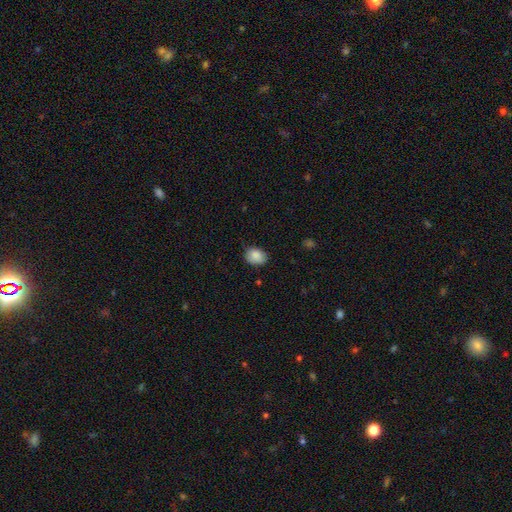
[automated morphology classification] smooth_or_featured: smooth (p=0.87) [alt: star or artifact p=0.08]
how_rounded: in between (p=0.63) [alt: round p=0.36]
merging: none (p=0.76) [alt: minor disturbance p=0.19]